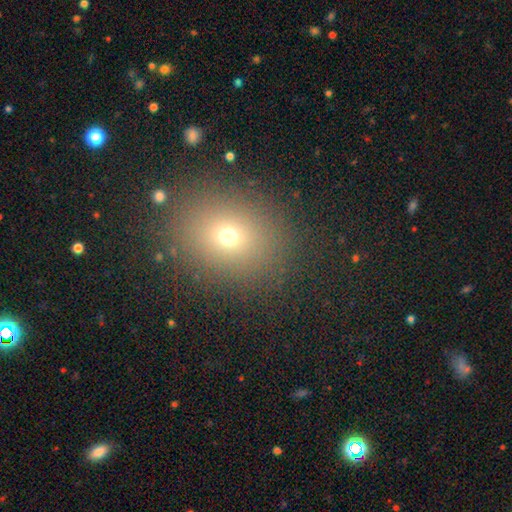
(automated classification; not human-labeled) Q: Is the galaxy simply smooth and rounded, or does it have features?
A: smooth — 63%.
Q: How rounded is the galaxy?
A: round — 55%.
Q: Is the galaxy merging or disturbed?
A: none — 88%.